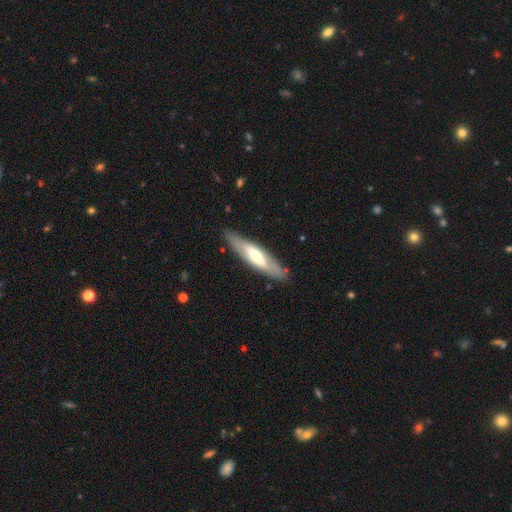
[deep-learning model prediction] Overall: smooth (49%; featured or disk 46%). Merging: none (86%).